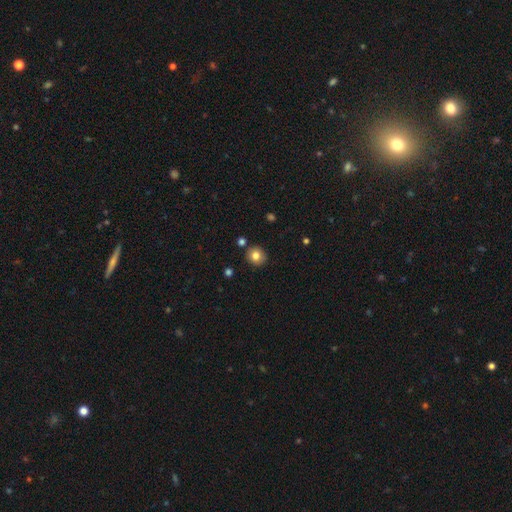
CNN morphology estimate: smooth-or-featured: smooth: 81% | star or artifact: 11% | featured or disk: 8%
  how-rounded: round: 87% | in between: 12% | cigar-shaped: 1%
  merging: none: 85% | minor disturbance: 8% | merger: 4% | major disturbance: 2%